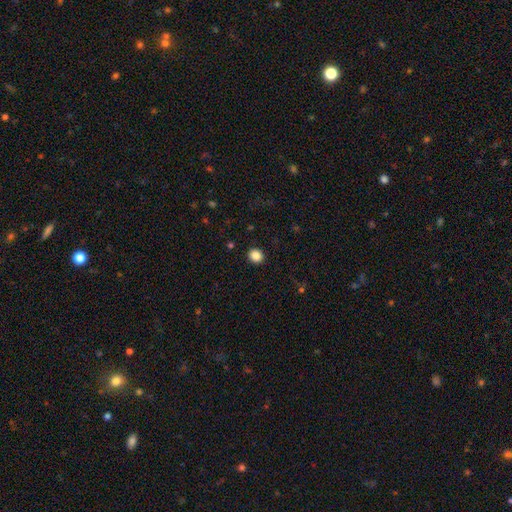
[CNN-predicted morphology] Smooth or featured: smooth — 86% (star or artifact — 10%)
How rounded: round — 74% (in between — 25%)
Merging: none — 92% (minor disturbance — 5%)